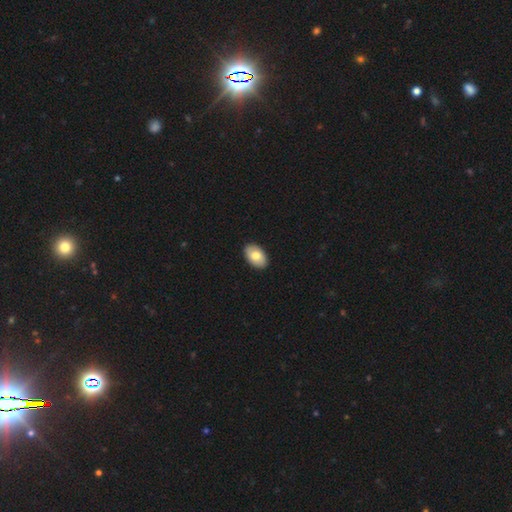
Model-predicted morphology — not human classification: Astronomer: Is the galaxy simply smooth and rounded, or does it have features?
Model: smooth — 78%.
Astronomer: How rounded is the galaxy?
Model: in between — 93%.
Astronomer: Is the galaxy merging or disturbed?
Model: none — 91%.